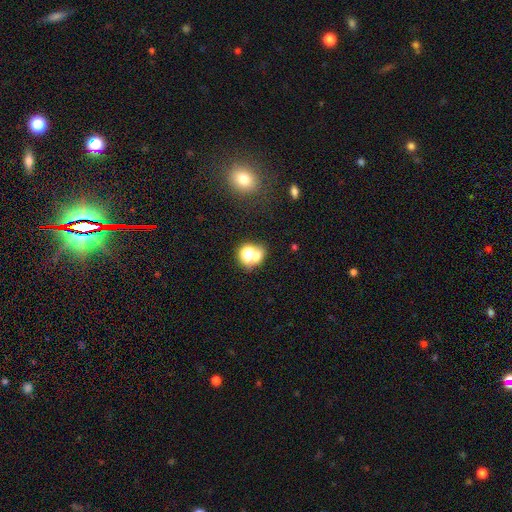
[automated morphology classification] Q: Smooth or featured?
A: smooth (58%); runner-up: star or artifact (29%)
Q: How rounded?
A: round (70%); runner-up: in between (28%)
Q: Merging?
A: none (56%); runner-up: merger (22%)